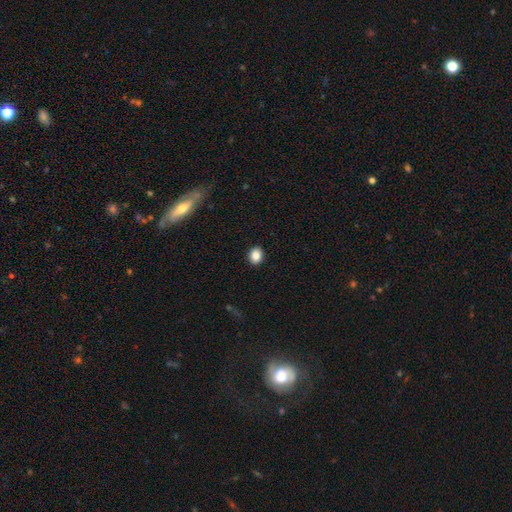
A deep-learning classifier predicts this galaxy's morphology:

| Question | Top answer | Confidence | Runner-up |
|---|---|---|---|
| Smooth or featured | smooth | 86% | star or artifact (9%) |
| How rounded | round | 54% | in between (45%) |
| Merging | none | 91% | minor disturbance (6%) |